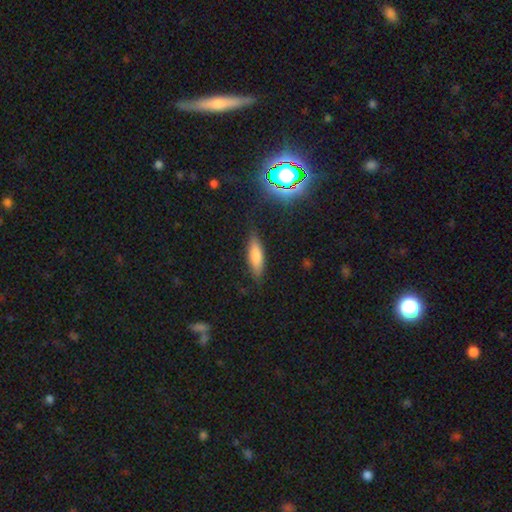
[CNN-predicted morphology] smooth_or_featured: smooth (p=0.70) [alt: featured or disk p=0.19]
how_rounded: cigar-shaped (p=0.55) [alt: in between p=0.43]
merging: none (p=0.83) [alt: minor disturbance p=0.13]